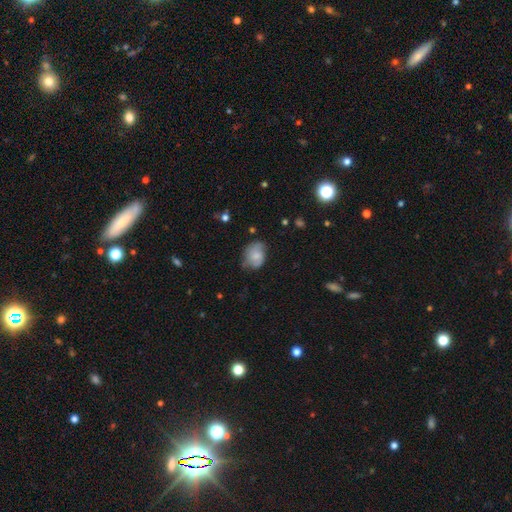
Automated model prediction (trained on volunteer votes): Morphology: type=smooth (58%); roundness=in between (61%); merging=none (56%).